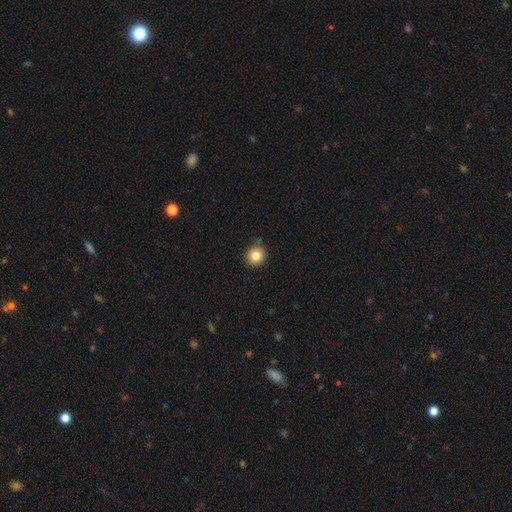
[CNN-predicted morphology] smooth 83%, star or artifact 10%, featured or disk 7%. Down the decision tree: how rounded — round (93%); merging — none (88%).